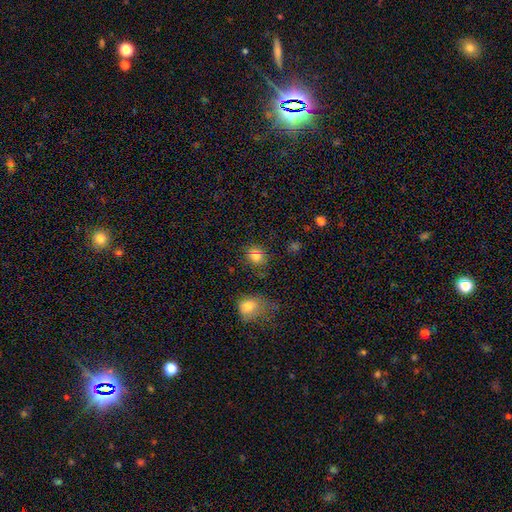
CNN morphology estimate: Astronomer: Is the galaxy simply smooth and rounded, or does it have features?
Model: smooth — 80%.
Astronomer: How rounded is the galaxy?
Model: round — 71%.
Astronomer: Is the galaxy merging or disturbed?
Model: none — 78%.